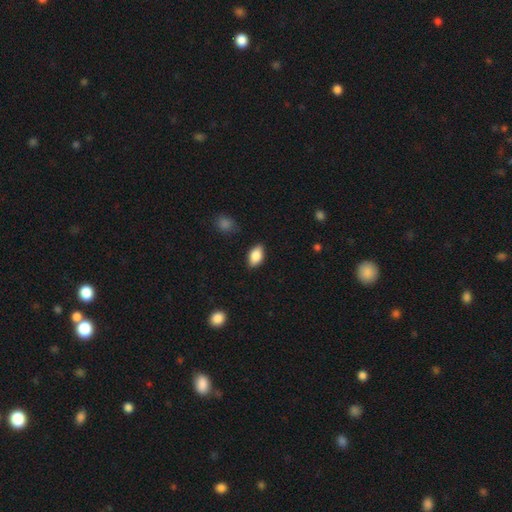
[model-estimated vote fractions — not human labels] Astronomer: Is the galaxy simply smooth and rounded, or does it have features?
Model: smooth — 84%.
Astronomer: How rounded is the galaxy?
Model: in between — 91%.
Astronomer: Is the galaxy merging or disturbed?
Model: none — 85%.